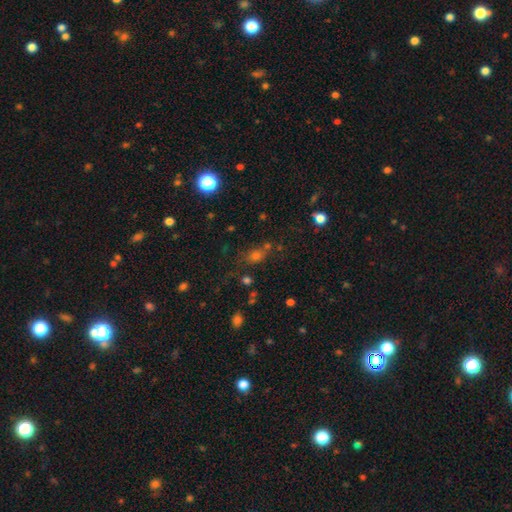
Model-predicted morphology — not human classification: smooth_or_featured: smooth (p=0.57) [alt: star or artifact p=0.32]
how_rounded: round (p=0.51) [alt: in between p=0.44]
merging: none (p=0.63) [alt: minor disturbance p=0.15]